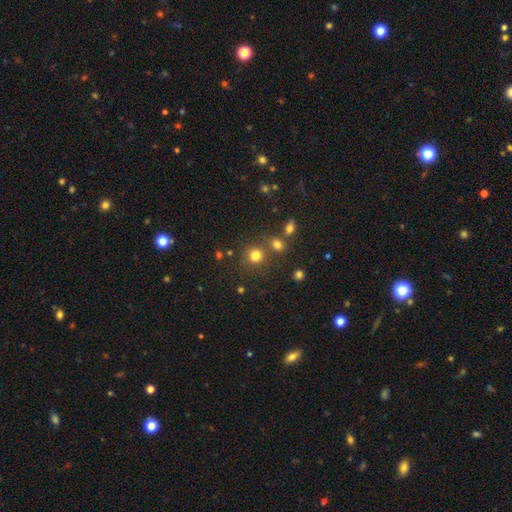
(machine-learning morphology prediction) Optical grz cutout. It shows a smooth galaxy with no disk features (77%) that is round (86%). Merging: none (69%).